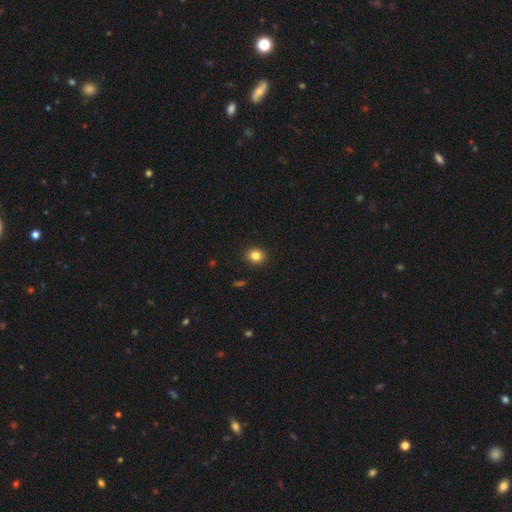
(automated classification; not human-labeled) Smooth or featured? Predicted: smooth (p=0.83). How rounded? Predicted: round (p=0.76). Merging? Predicted: none (p=0.92).